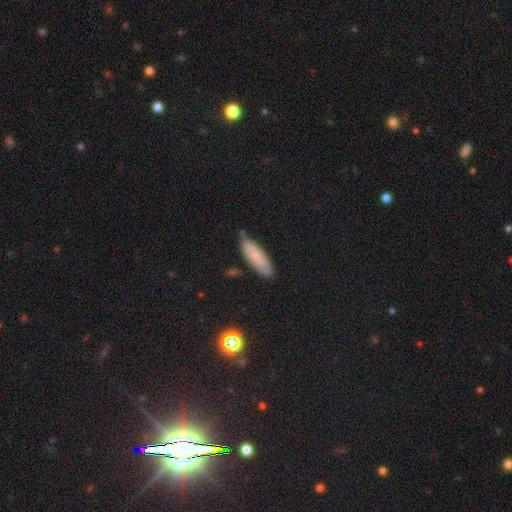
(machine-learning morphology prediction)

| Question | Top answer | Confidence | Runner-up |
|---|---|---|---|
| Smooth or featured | smooth | 74% | featured or disk (19%) |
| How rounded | cigar-shaped | 51% | in between (47%) |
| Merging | none | 73% | minor disturbance (21%) |